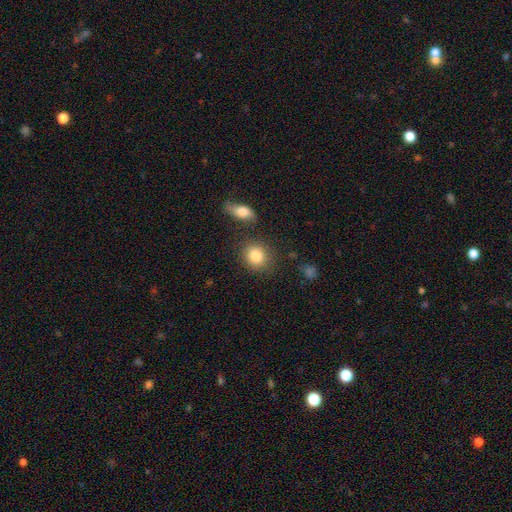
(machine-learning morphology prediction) This appears to be a smooth galaxy with no disk features (85%) that is round (73%). Merging: none (80%).